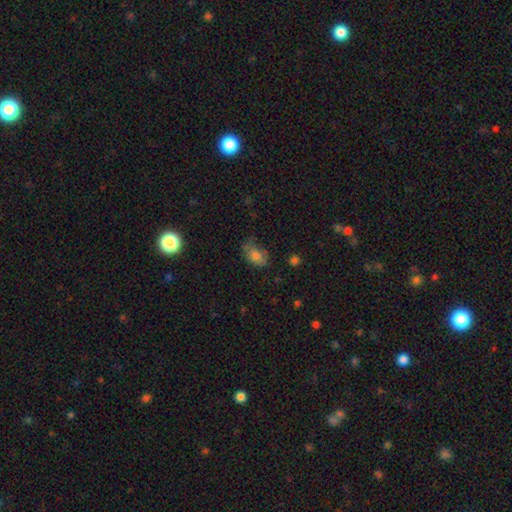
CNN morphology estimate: Q: Smooth or featured?
A: smooth (77%); runner-up: featured or disk (12%)
Q: How rounded?
A: in between (88%); runner-up: round (10%)
Q: Merging?
A: none (53%); runner-up: minor disturbance (33%)